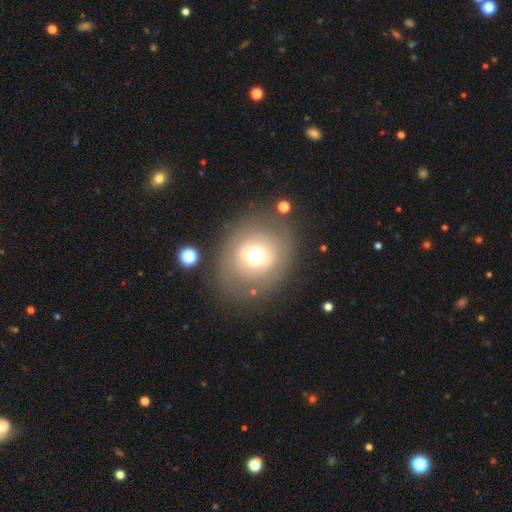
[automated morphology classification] Q: Smooth or featured?
A: smooth (61%); runner-up: featured or disk (24%)
Q: How rounded?
A: round (79%); runner-up: in between (20%)
Q: Merging?
A: none (79%); runner-up: minor disturbance (10%)